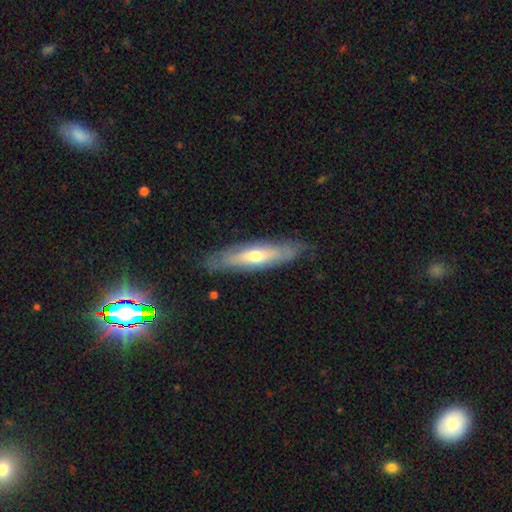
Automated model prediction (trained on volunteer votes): featured or disk 50%, smooth 44%, star or artifact 6%. Down the decision tree: edge-on disk — yes (64%); merging — none (79%).